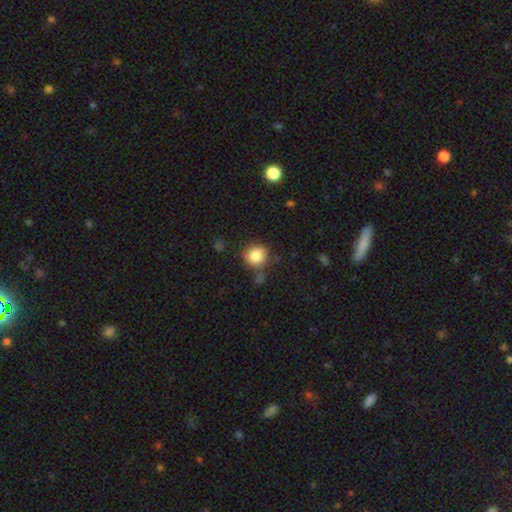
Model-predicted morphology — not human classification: This is clearly a smooth galaxy (85%). How rounded: clearly round (88%). Merging: likely none (72%).